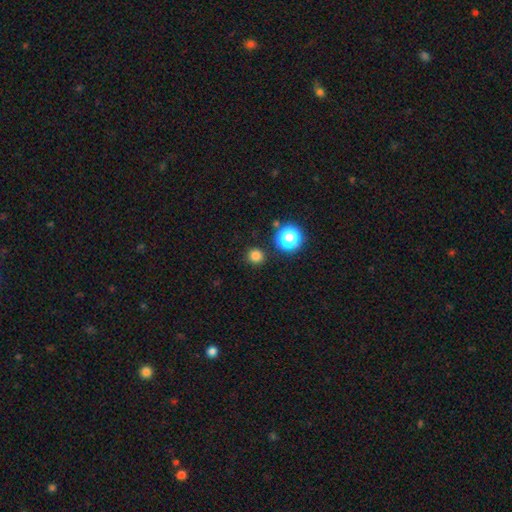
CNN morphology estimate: Smooth or featured: smooth — 78% (star or artifact — 18%)
How rounded: round — 94% (in between — 5%)
Merging: none — 89% (minor disturbance — 6%)